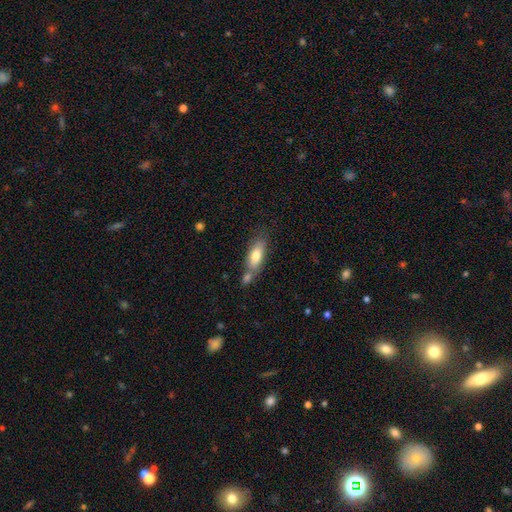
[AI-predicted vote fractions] Overall: smooth (72%). How rounded: in between (70%). Merging: none (48%; merger 31%).